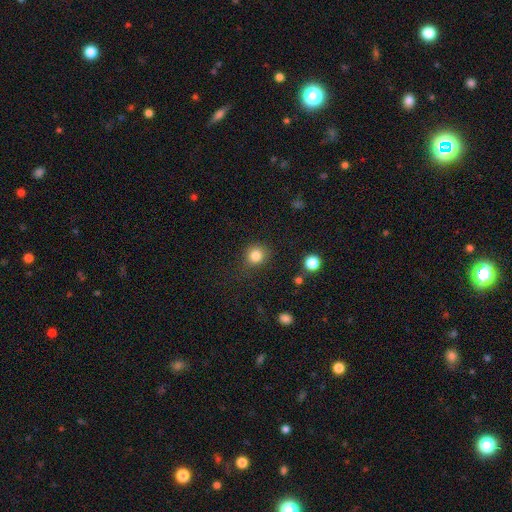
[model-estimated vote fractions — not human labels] smooth-or-featured: smooth: 83% | star or artifact: 12% | featured or disk: 5%
  how-rounded: round: 87% | in between: 12% | cigar-shaped: 1%
  merging: none: 82% | minor disturbance: 12% | major disturbance: 4% | merger: 2%